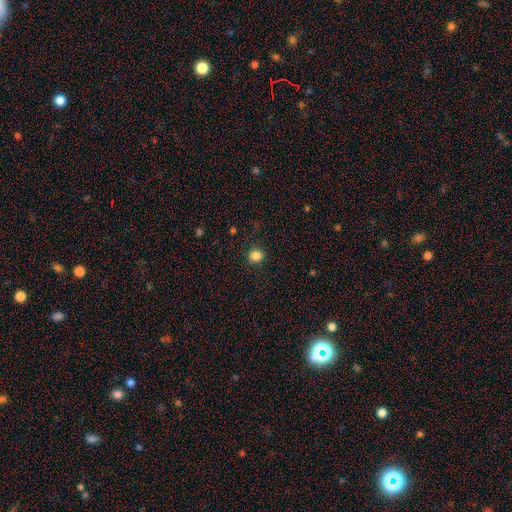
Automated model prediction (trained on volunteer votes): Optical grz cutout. It shows a smooth galaxy with no disk features (85%) that is round (81%). Merging: none (88%).